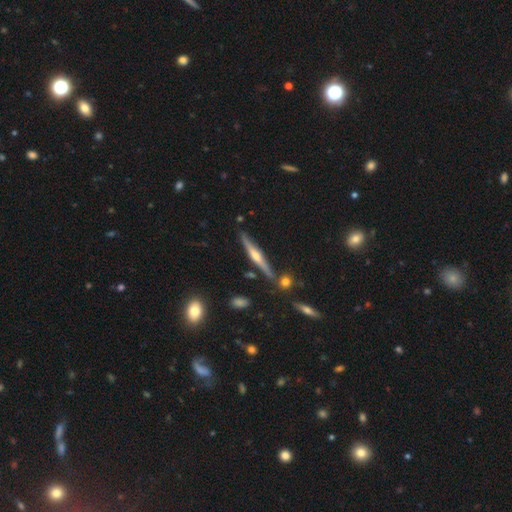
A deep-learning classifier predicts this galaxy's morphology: A featured or disk galaxy (73%) viewed edge-on (97%) with a rounded central bulge (87%). Merging: none (83%).